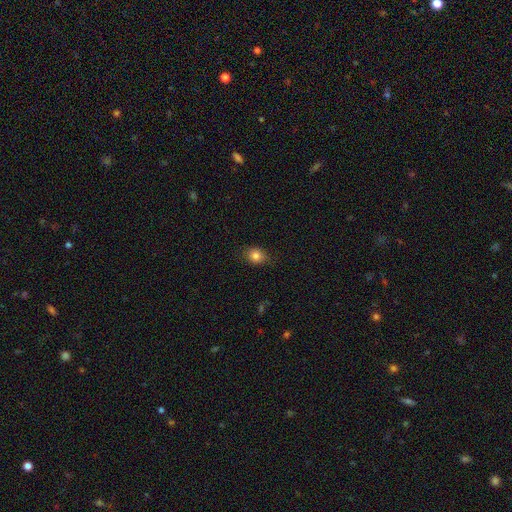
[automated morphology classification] type=smooth (83%); roundness=round (56%); merging=none (80%).